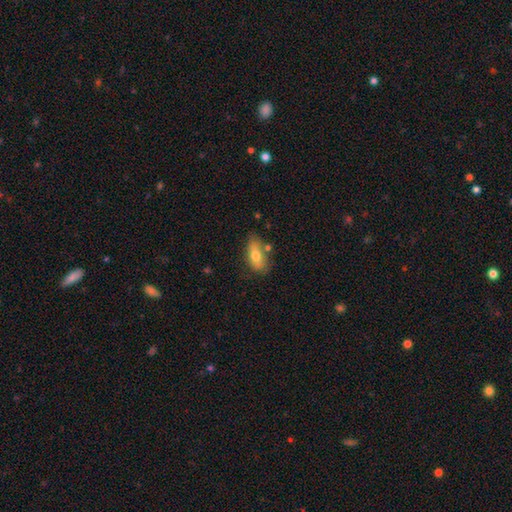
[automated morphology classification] Smooth or featured? Predicted: smooth (p=0.68). How rounded? Predicted: in between (p=0.84). Merging? Predicted: none (p=0.61).